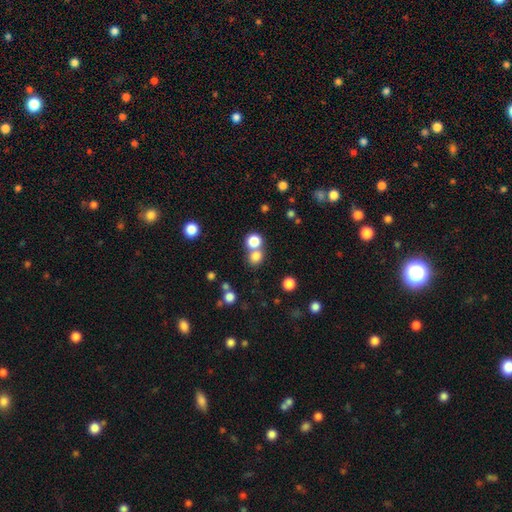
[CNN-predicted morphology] Smooth or featured? Predicted: smooth (p=0.77). How rounded? Predicted: round (p=0.82). Merging? Predicted: none (p=0.54).